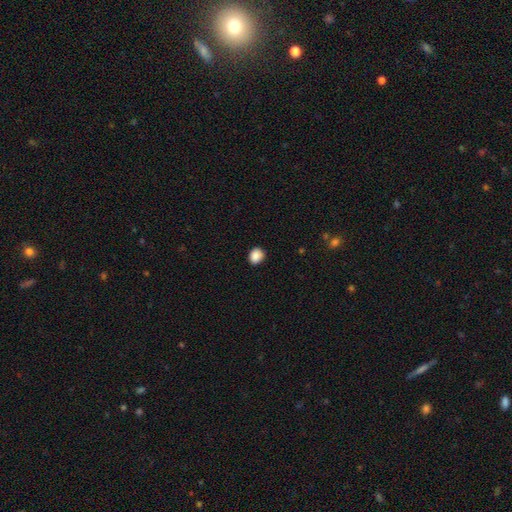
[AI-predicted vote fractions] A smooth galaxy with no disk features (88%) that is round (60%). Merging: none (88%).